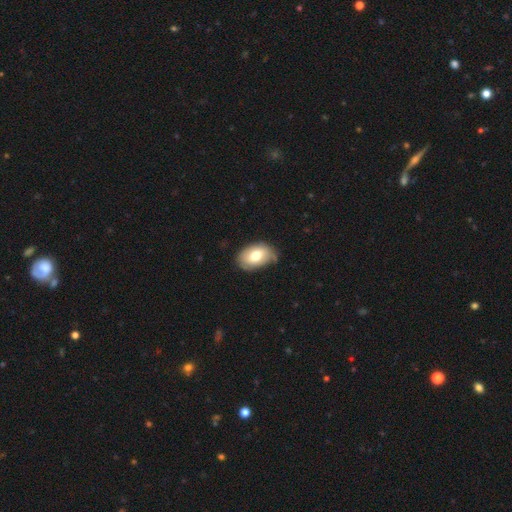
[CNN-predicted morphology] This is likely a smooth galaxy (70%). How rounded: clearly in between (87%). Merging: likely none (64%).